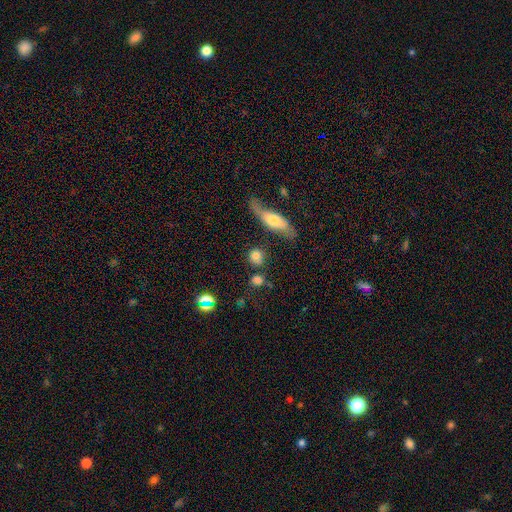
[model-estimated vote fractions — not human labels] This appears to be a smooth galaxy with no disk features (79%) that is round (73%). Merging: none (69%).